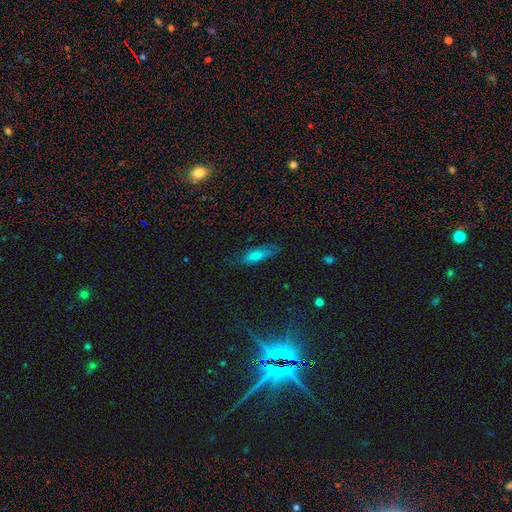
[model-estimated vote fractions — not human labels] smooth 71%, featured or disk 20%, star or artifact 9%. Down the decision tree: how rounded — in between (59%); merging — none (74%).